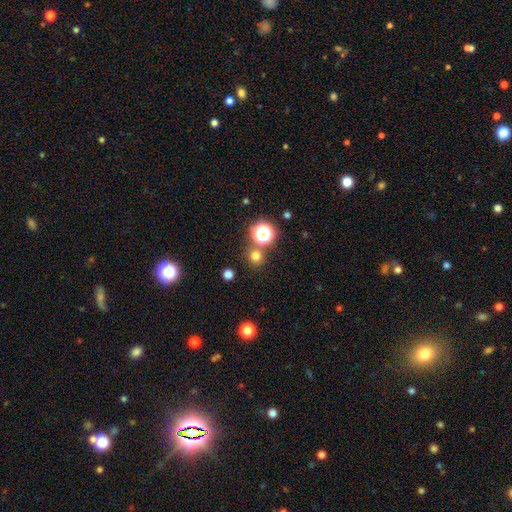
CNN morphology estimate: A smooth galaxy with no disk features (69%) that is round (92%). Merging: none (79%).